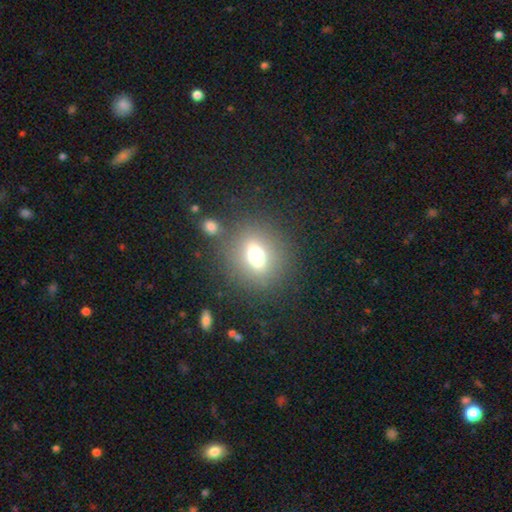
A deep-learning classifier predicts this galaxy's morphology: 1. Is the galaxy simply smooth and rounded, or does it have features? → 65% smooth, 18% featured or disk, 17% star or artifact.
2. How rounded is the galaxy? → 58% round, 39% in between, 2% cigar-shaped.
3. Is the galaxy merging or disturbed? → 74% none, 11% merger, 9% minor disturbance, 6% major disturbance.